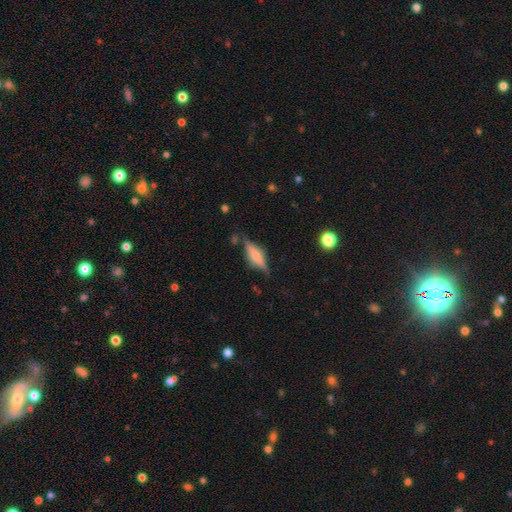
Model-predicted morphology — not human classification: This is possibly a featured or disk galaxy (53%). It is clearly viewed edge-on (94%). Merging: likely none (75%).